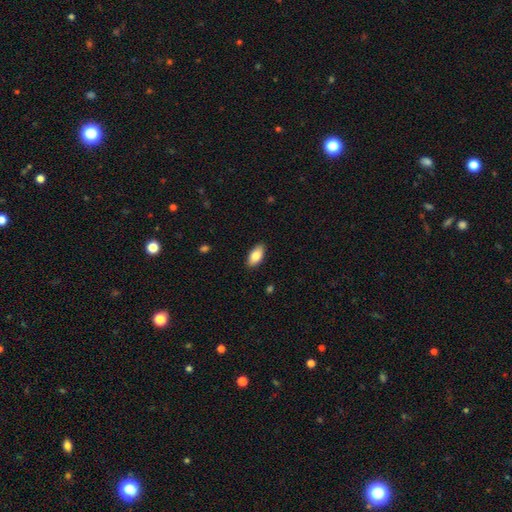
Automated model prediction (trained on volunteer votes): The model was most divided on "smooth or featured": smooth: 84%, featured or disk: 9%, star or artifact: 7%. More confident: how rounded — in between (92%); merging — none (89%).